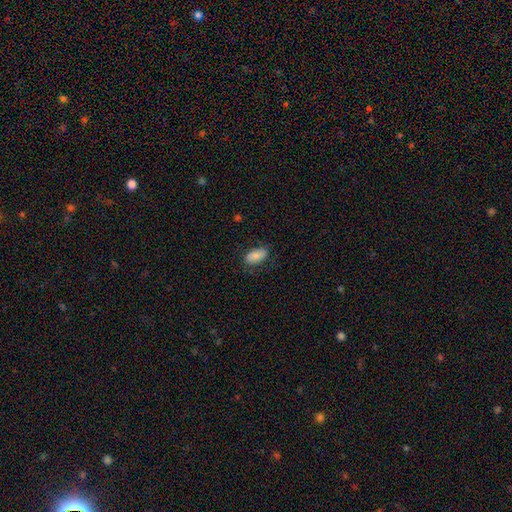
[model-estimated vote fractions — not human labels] Morphology: type=smooth (77%); roundness=in between (92%); merging=none (74%).